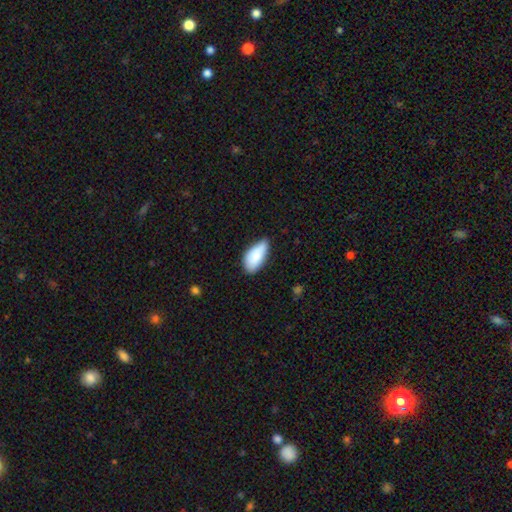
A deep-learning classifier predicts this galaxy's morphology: A smooth galaxy with no disk features (86%) that is in between round and cigar-shaped (92%). Merging: none (59%).